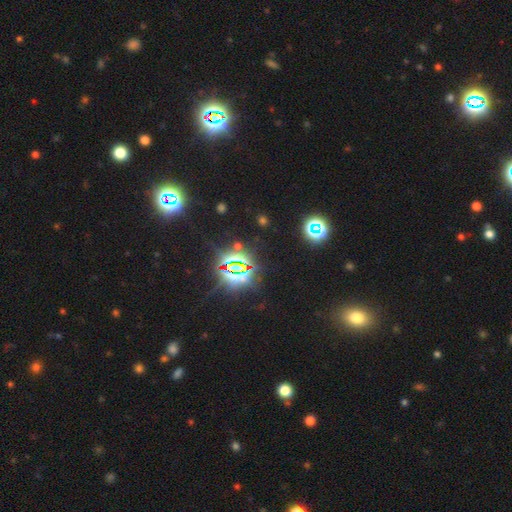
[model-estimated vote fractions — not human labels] Q: Smooth or featured?
A: star or artifact (72%); runner-up: smooth (20%)